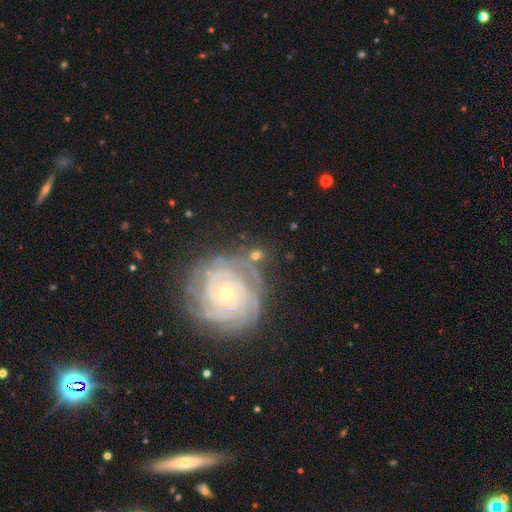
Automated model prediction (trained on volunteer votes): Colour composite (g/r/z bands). It shows a featured or disk galaxy (66%) with no bar (75%), tight (77%) spiral arms (90%) and a small central bulge (62%). Merging: none (66%).